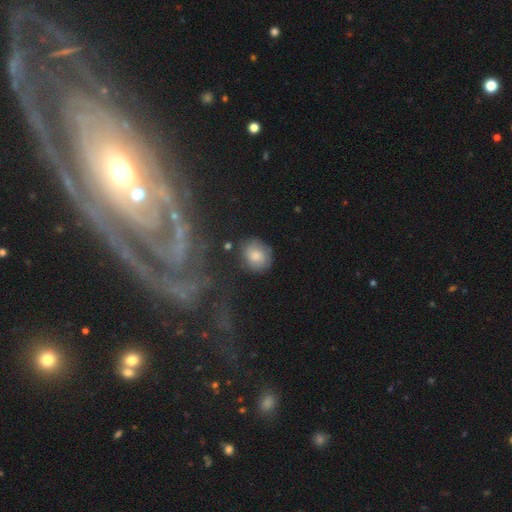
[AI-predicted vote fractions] smooth_or_featured: smooth (p=0.71) [alt: featured or disk p=0.20]
how_rounded: round (p=0.66) [alt: in between p=0.33]
merging: none (p=0.71) [alt: minor disturbance p=0.19]